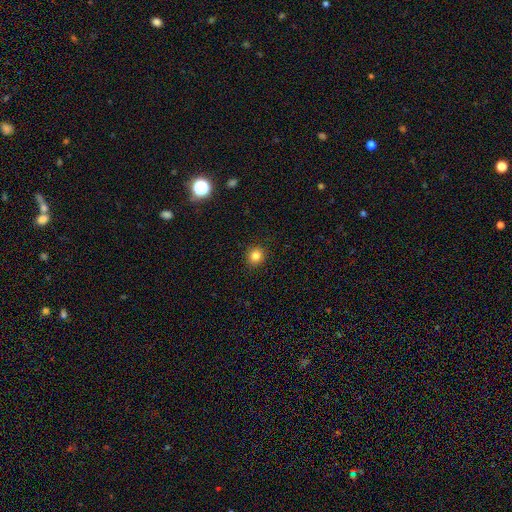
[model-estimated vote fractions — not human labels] smooth 83%, star or artifact 12%, featured or disk 5%. Down the decision tree: how rounded — round (89%); merging — none (92%).